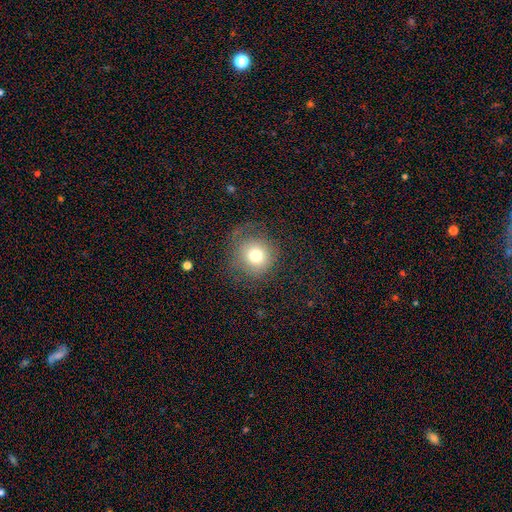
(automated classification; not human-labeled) Smooth or featured? smooth (73%)
How rounded? round (92%)
Merging? none (70%)